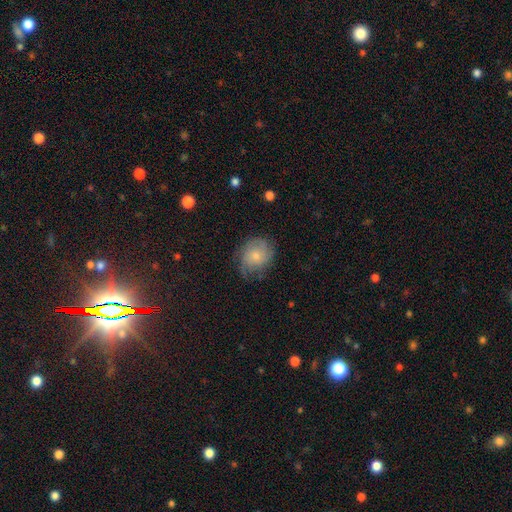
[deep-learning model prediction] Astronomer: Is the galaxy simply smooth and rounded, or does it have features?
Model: smooth — 61%.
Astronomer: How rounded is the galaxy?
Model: round — 64%.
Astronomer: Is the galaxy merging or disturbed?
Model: none — 64%.